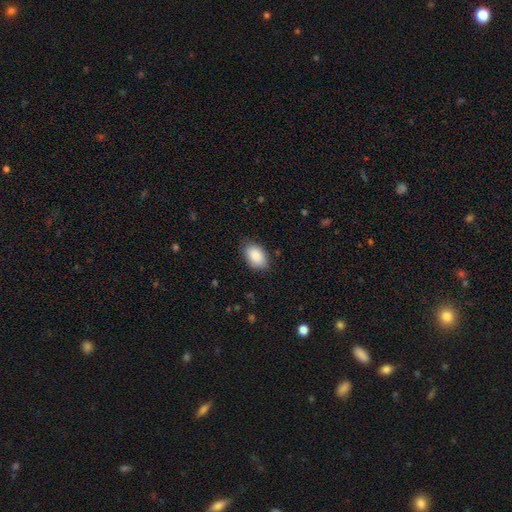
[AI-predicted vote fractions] A smooth galaxy with no disk features (88%) that is in between round and cigar-shaped (91%). Merging: none (80%).